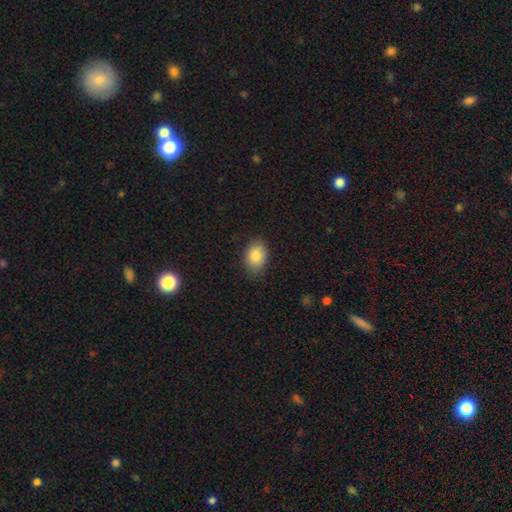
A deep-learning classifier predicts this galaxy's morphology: type=smooth (83%); roundness=in between (68%); merging=none (81%).